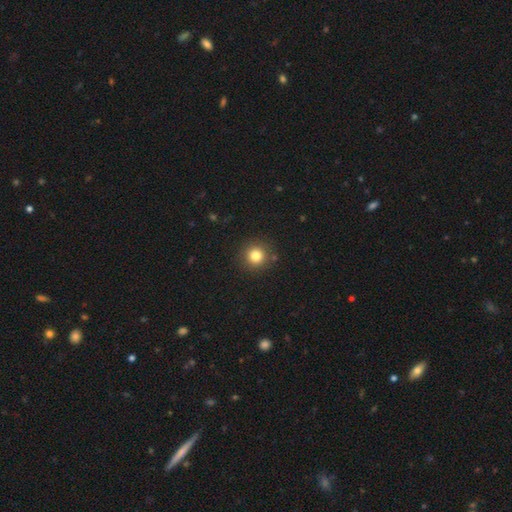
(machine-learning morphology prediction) Overall: smooth (81%). How rounded: round (94%). Merging: none (89%).